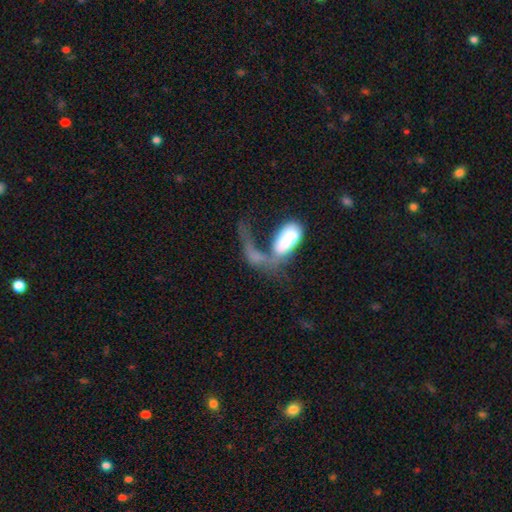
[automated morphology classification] Smooth or featured: smooth — 55% (featured or disk — 36%)
How rounded: in between — 81% (cigar-shaped — 11%)
Merging: merger — 47% (major disturbance — 36%)